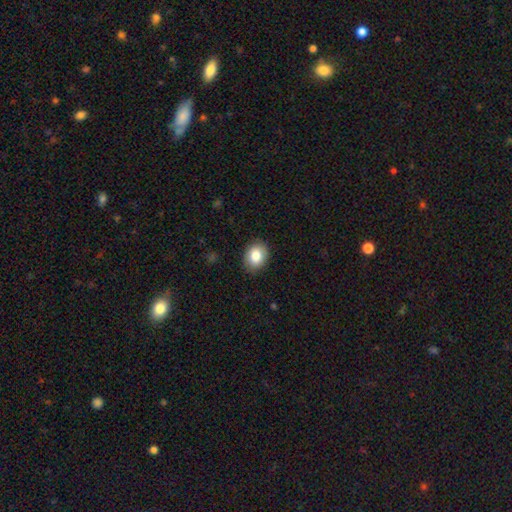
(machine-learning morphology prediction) type=smooth (84%); roundness=in between (62%); merging=none (88%).